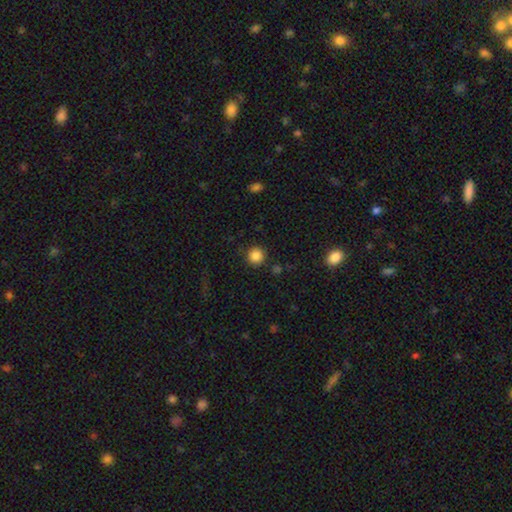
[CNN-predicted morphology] smooth-or-featured: smooth: 85% | star or artifact: 11% | featured or disk: 4%
  how-rounded: round: 94% | in between: 5% | cigar-shaped: 1%
  merging: none: 89% | minor disturbance: 7% | major disturbance: 3% | merger: 2%